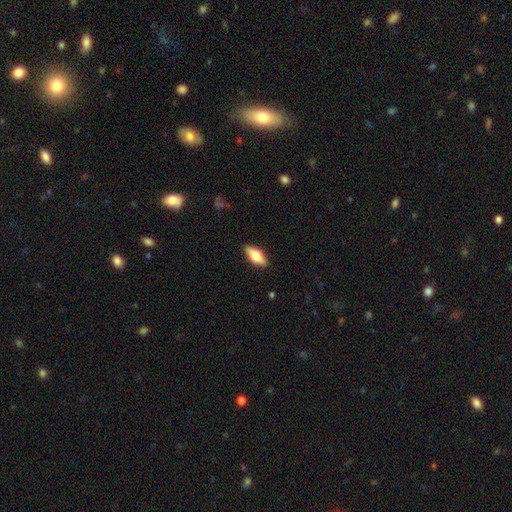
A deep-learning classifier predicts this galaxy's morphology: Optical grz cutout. It shows a smooth galaxy with no disk features (67%) that is in between round and cigar-shaped (78%). Merging: none (87%).